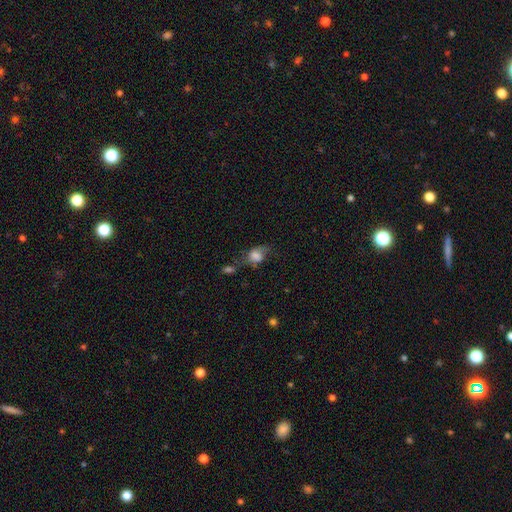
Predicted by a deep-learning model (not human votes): The model was most divided on "merging": none: 37%, minor disturbance: 26%, major disturbance: 23%, merger: 14%. More confident: how rounded — in between (75%); smooth or featured — smooth (61%).